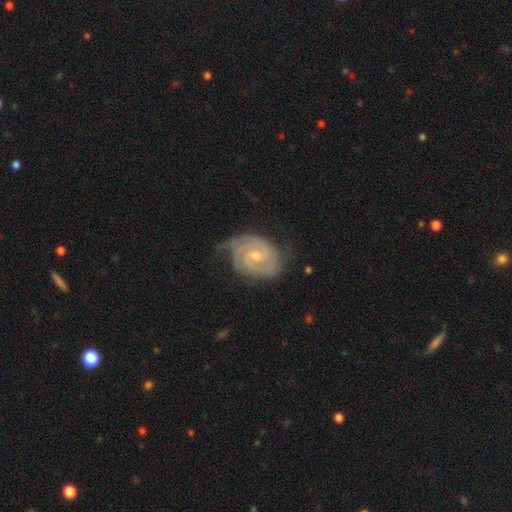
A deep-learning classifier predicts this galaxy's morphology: A featured or disk galaxy (87%) with no bar (51%), 2 (58%) tight (66%) spiral arms (97%) and a small central bulge (53%). Merging: none (65%).